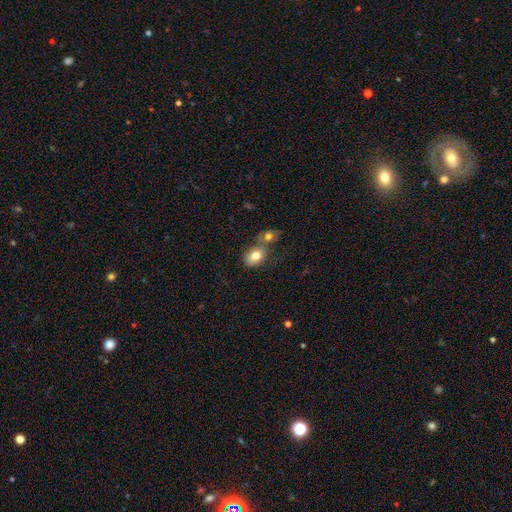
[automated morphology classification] Smooth or featured?
  - smooth: 79% *
  - featured or disk: 13%
  - star or artifact: 8%
How rounded?
  - in between: 75% *
  - round: 24%
  - cigar-shaped: 1%
Merging?
  - merger: 51% *
  - none: 33%
  - minor disturbance: 11%
  - major disturbance: 5%